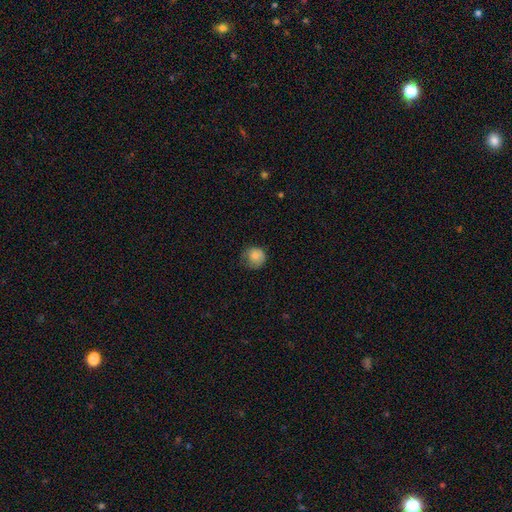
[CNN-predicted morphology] Smooth or featured? smooth (80%)
How rounded? round (87%)
Merging? none (58%)